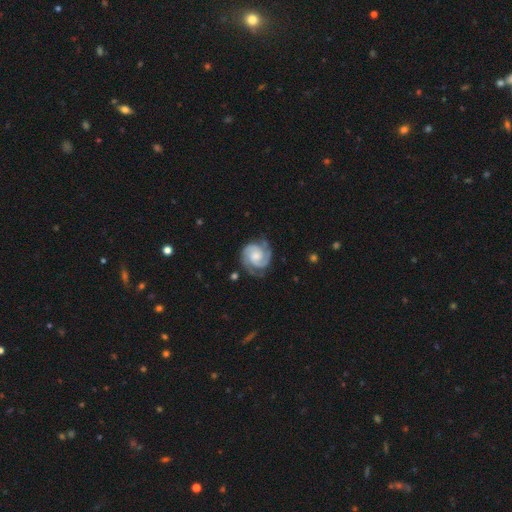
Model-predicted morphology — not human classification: type=featured or disk (90%); edge-on=no (98%); bar=no (62%); spiral arms=yes (98%); winding=tight (59%); arm count=2 (89%); bulge=moderate (41%); merging=none (78%).